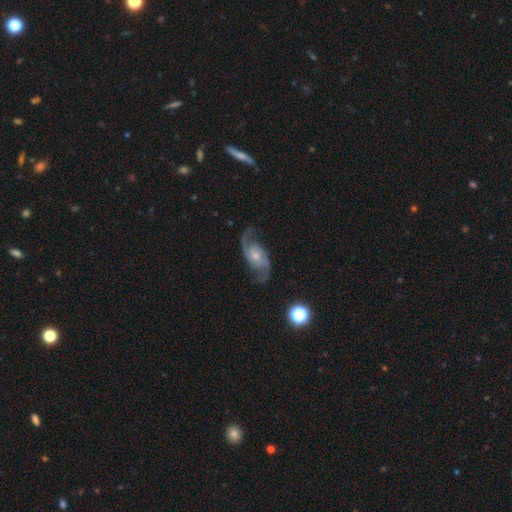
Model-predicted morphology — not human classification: Overall: featured or disk (88%). Edge-on disk: no (97%). Bar: no (66%; weak 28%). Spiral arms: yes (97%). Spiral arm count: 2 (93%). Spiral winding: loose (51%; medium 39%). Bulge size: small (53%; moderate 38%). Merging: none (74%).